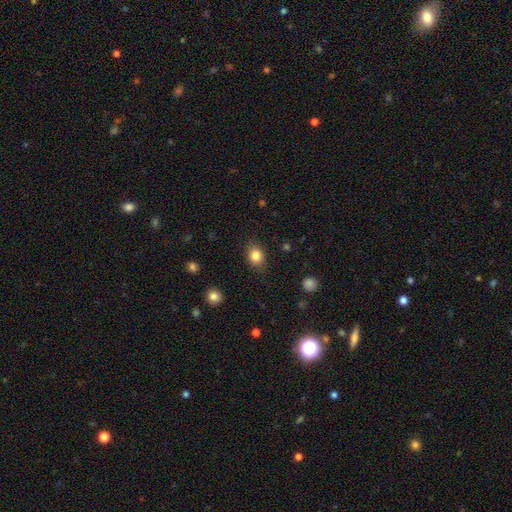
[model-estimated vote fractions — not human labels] This appears to be a smooth galaxy with no disk features (84%) that is round (51%). Merging: none (83%).